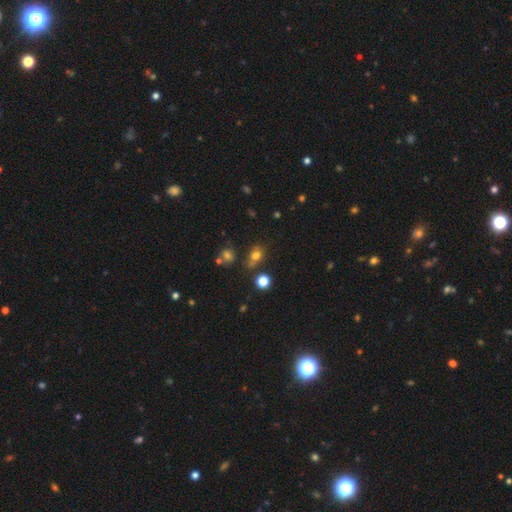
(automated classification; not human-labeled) Smooth or featured?
  - smooth: 71% *
  - star or artifact: 19%
  - featured or disk: 10%
How rounded?
  - in between: 53% *
  - round: 45%
  - cigar-shaped: 3%
Merging?
  - none: 60% *
  - minor disturbance: 18%
  - merger: 15%
  - major disturbance: 7%